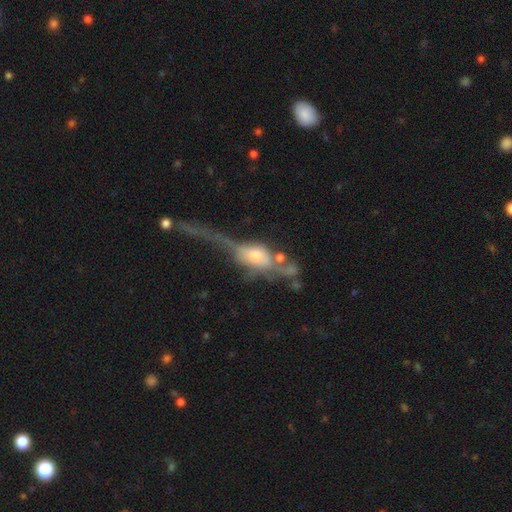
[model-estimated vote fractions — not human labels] The model was most divided on "edge-on disk": no: 53%, yes: 47%. Remaining: smooth or featured — featured or disk (58%); merging — major disturbance (50%).